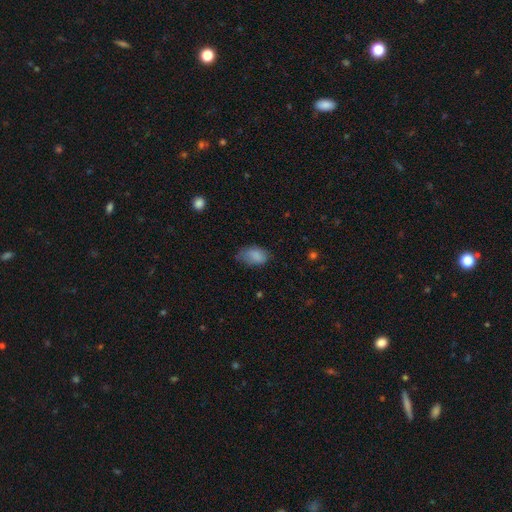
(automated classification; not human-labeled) Overall: smooth (83%). How rounded: in between (90%). Merging: none (50%; minor disturbance 36%).